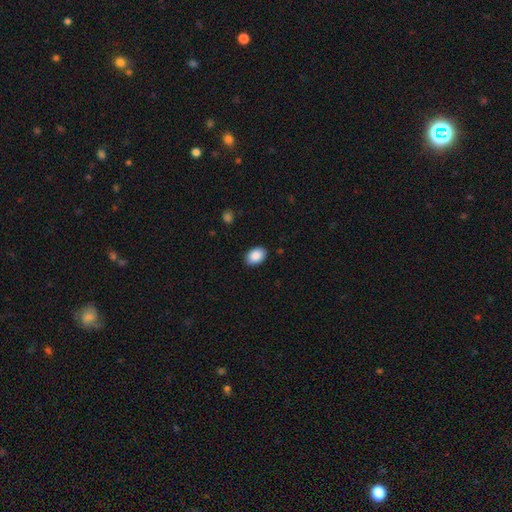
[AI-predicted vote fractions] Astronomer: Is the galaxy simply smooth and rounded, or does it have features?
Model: smooth — 89%.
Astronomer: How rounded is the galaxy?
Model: in between — 85%.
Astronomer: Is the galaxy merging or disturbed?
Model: none — 89%.